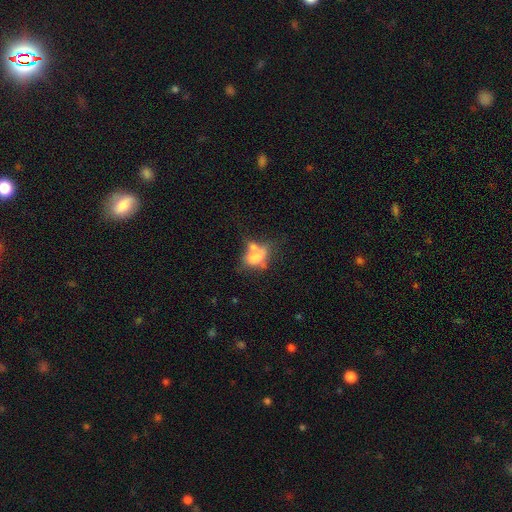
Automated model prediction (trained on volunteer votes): Smooth or featured?
  - smooth: 64% *
  - featured or disk: 25%
  - star or artifact: 11%
How rounded?
  - in between: 75% *
  - round: 22%
  - cigar-shaped: 2%
Merging?
  - merger: 45% *
  - none: 24%
  - major disturbance: 16%
  - minor disturbance: 16%